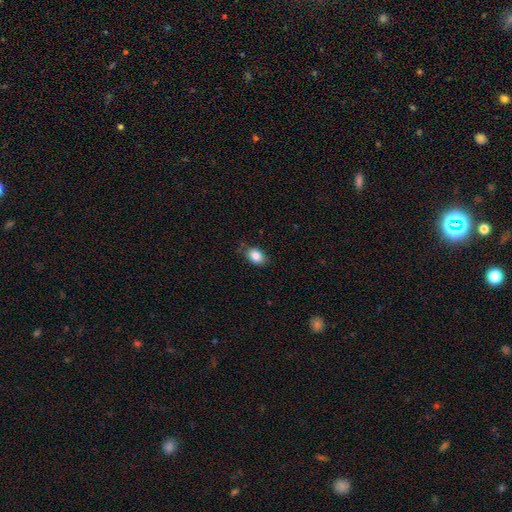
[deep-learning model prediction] Smooth or featured?
  - smooth: 85% *
  - star or artifact: 8%
  - featured or disk: 7%
How rounded?
  - in between: 78% *
  - round: 21%
  - cigar-shaped: 1%
Merging?
  - none: 78% *
  - minor disturbance: 17%
  - major disturbance: 3%
  - merger: 1%